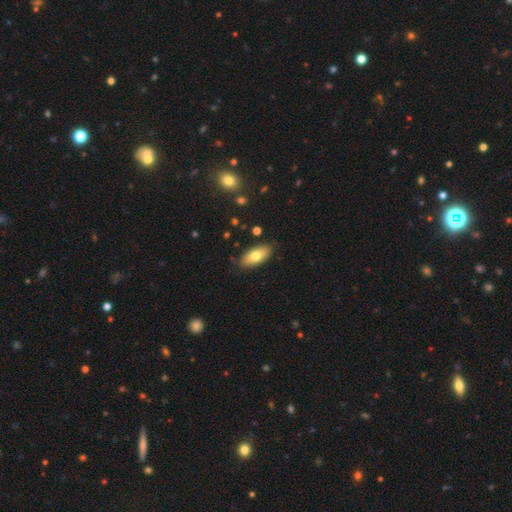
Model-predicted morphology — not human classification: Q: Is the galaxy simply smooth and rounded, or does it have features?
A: smooth — 74%.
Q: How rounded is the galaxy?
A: in between — 88%.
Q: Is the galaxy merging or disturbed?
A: none — 85%.